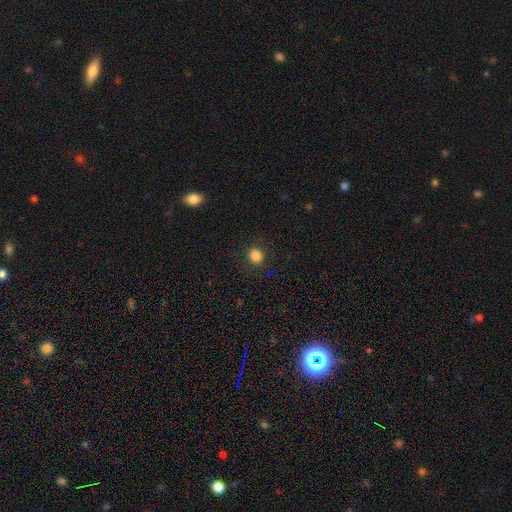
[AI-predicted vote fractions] Smooth or featured?
  - smooth: 85% *
  - star or artifact: 12%
  - featured or disk: 4%
How rounded?
  - round: 68% *
  - in between: 31%
  - cigar-shaped: 1%
Merging?
  - none: 87% *
  - minor disturbance: 9%
  - major disturbance: 3%
  - merger: 1%